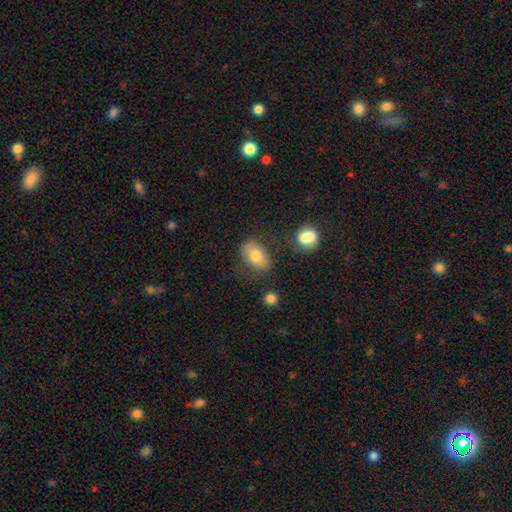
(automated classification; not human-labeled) Smooth or featured? smooth (73%)
How rounded? in between (83%)
Merging? none (71%)